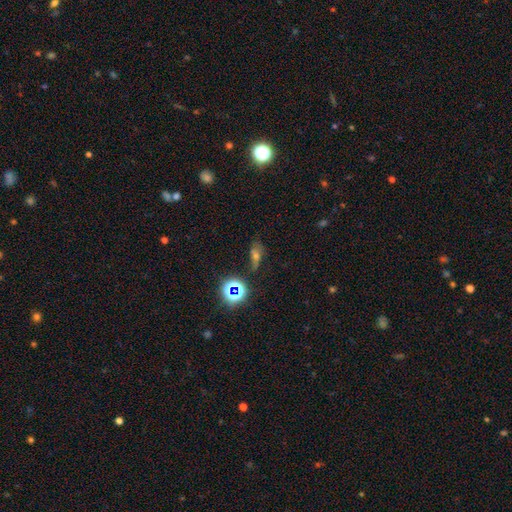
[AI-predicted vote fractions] smooth_or_featured: star or artifact (p=0.42) [alt: smooth p=0.34]